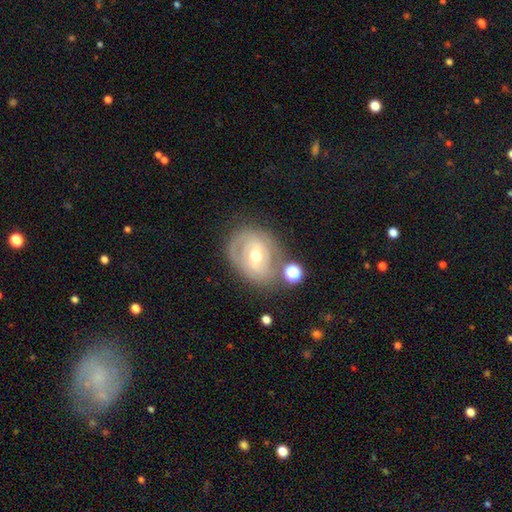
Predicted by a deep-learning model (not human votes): featured or disk 77%, smooth 16%, star or artifact 7%. Down the decision tree: edge-on disk — no (95%); bar — weak (48%); spiral arms — yes (78%); spiral arm count — 2 (52%); spiral winding — tight (58%); bulge size — moderate (71%); merging — none (65%).